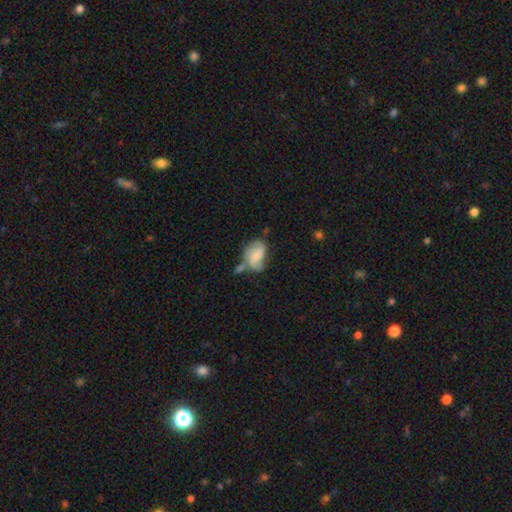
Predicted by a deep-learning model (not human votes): This appears to be a featured or disk galaxy (48%). Merging: none (29%).